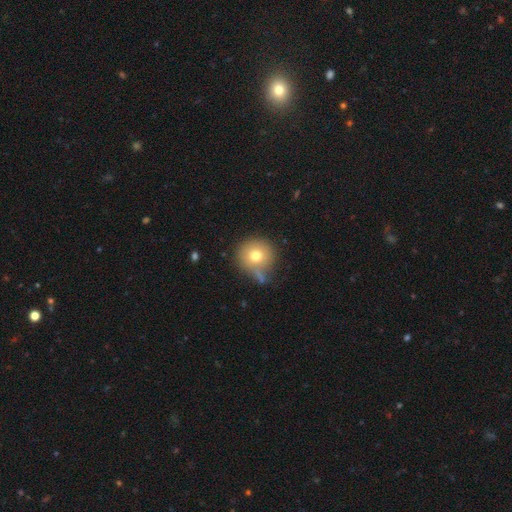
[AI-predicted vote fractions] The model was most divided on "merging": none: 61%, minor disturbance: 20%, merger: 9%, major disturbance: 9%. More confident: how rounded — round (93%); smooth or featured — smooth (72%).